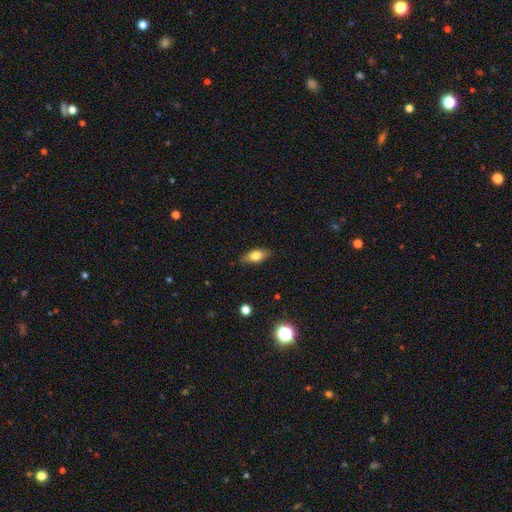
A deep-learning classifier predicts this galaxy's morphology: This is likely a smooth galaxy (73%). How rounded: clearly in between (80%). Merging: clearly none (84%).